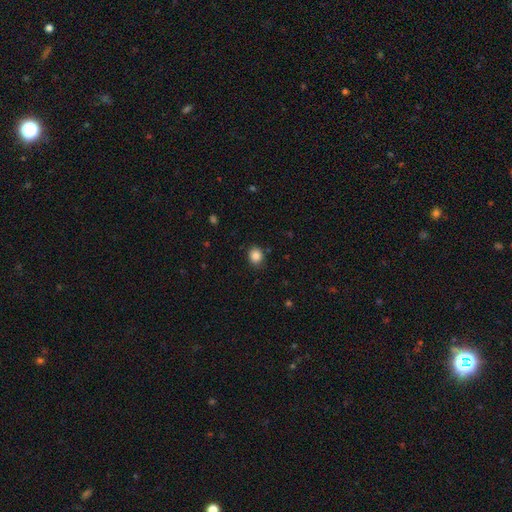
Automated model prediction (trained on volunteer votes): Smooth or featured?
  - smooth: 86% *
  - star or artifact: 10%
  - featured or disk: 4%
How rounded?
  - round: 70% *
  - in between: 29%
  - cigar-shaped: 1%
Merging?
  - none: 87% *
  - minor disturbance: 9%
  - major disturbance: 2%
  - merger: 1%